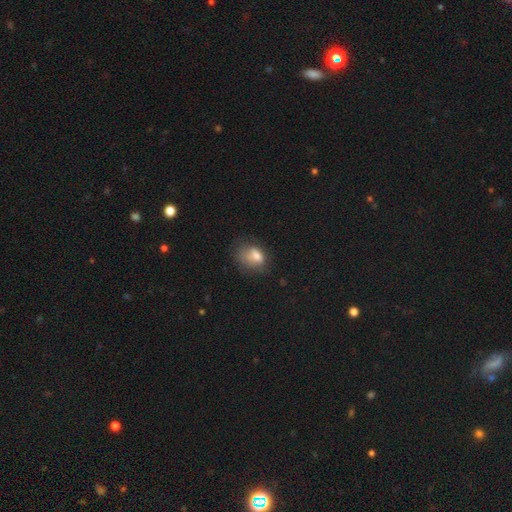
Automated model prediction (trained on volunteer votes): The model was most divided on "merging": none: 40%, minor disturbance: 31%, major disturbance: 23%, merger: 6%. More confident: how rounded — in between (73%); smooth or featured — smooth (70%).